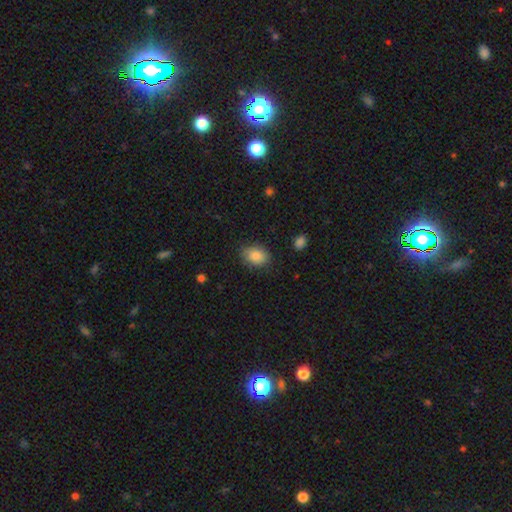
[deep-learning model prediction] Smooth or featured? Predicted: smooth (p=0.86). How rounded? Predicted: in between (p=0.75). Merging? Predicted: none (p=0.81).